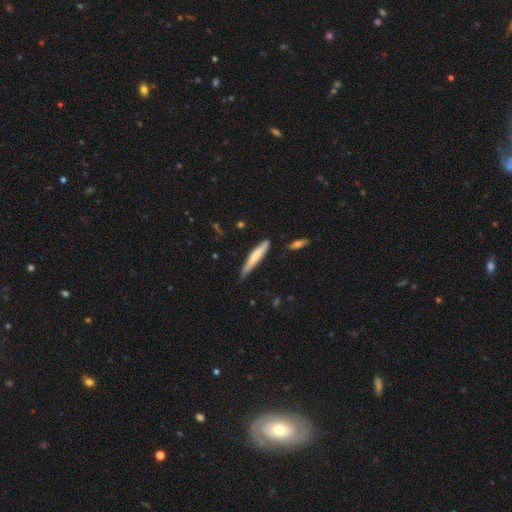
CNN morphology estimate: Overall: smooth (63%; featured or disk 32%). How rounded: cigar-shaped (93%). Merging: none (74%).